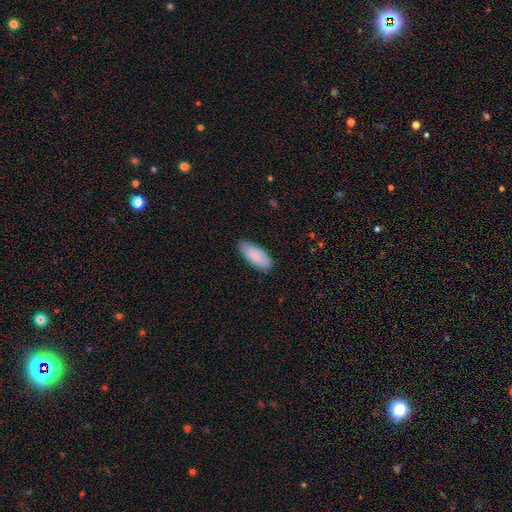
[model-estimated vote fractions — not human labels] Overall: smooth (81%). How rounded: in between (85%). Merging: none (77%).